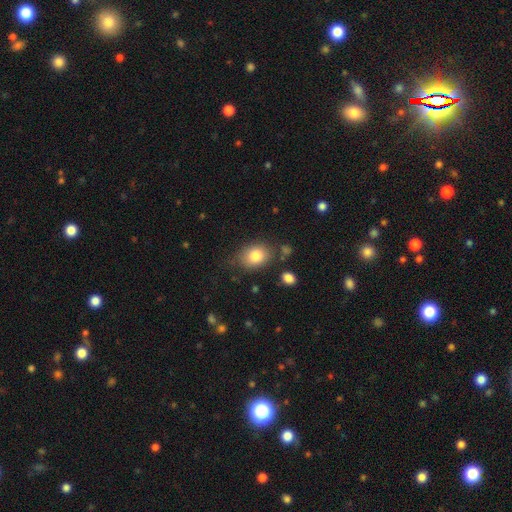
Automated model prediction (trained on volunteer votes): A smooth galaxy with no disk features (82%) that is in between round and cigar-shaped (61%).

Vote fractions:
- Smooth or featured? smooth: 82% / featured or disk: 9% / star or artifact: 9%
- How rounded? in between: 61% / round: 38% / cigar-shaped: 1%
- Merging? none: 73% / minor disturbance: 18% / major disturbance: 5% / merger: 4%